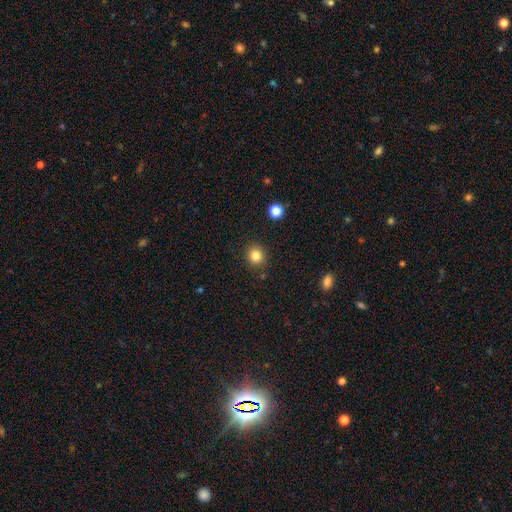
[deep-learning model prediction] smooth_or_featured: smooth (p=0.83) [alt: star or artifact p=0.12]
how_rounded: round (p=0.86) [alt: in between p=0.13]
merging: none (p=0.89) [alt: minor disturbance p=0.07]